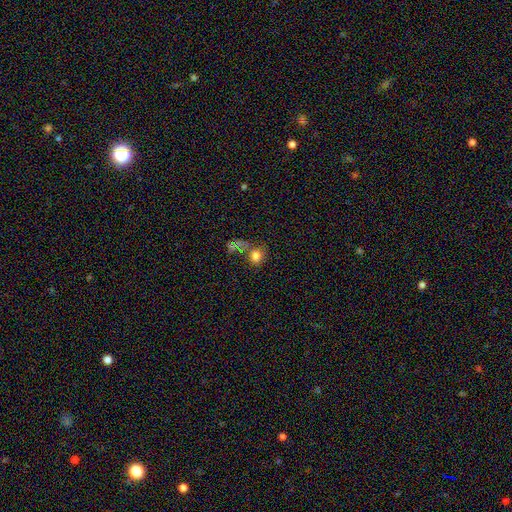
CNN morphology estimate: Overall: smooth (73%). How rounded: round (75%). Merging: none (63%).